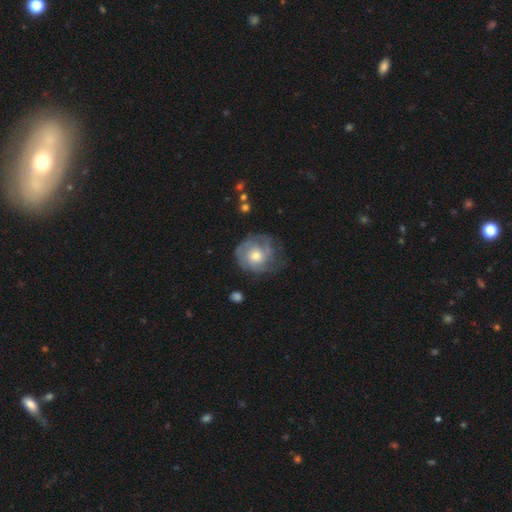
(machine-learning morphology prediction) Smooth or featured?
  - featured or disk: 64% *
  - smooth: 29%
  - star or artifact: 7%
Edge-on disk?
  - no: 97% *
  - yes: 3%
Bar?
  - no: 82% *
  - weak: 16%
  - strong: 2%
Spiral arms?
  - yes: 80% *
  - no: 20%
Spiral winding?
  - tight: 60% *
  - medium: 29%
  - loose: 11%
Spiral arm count?
  - can't tell: 46% *
  - 2: 19%
  - 3: 19%
  - 1: 7%
  - 4: 6%
  - more than 4: 4%
Bulge size?
  - moderate: 67% *
  - small: 20%
  - large: 10%
  - none: 1%
  - dominant: 1%
Merging?
  - none: 62% *
  - minor disturbance: 24%
  - major disturbance: 13%
  - merger: 2%